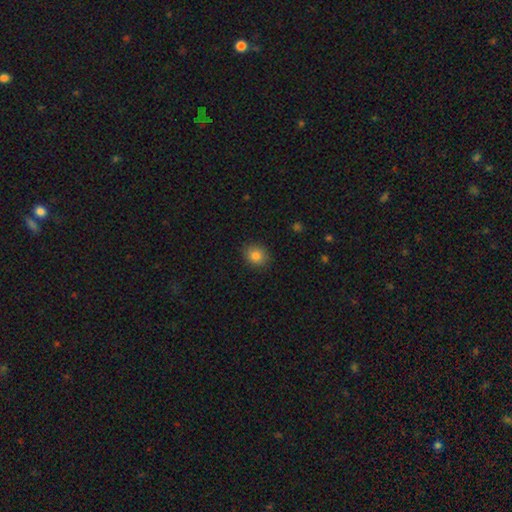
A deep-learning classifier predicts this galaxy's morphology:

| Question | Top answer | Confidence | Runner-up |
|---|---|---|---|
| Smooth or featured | smooth | 84% | star or artifact (10%) |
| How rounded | round | 68% | in between (31%) |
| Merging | none | 88% | minor disturbance (8%) |